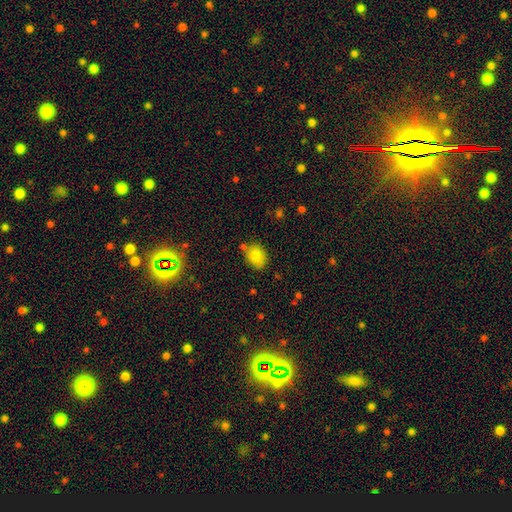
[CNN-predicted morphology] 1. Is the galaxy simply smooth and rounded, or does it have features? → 82% smooth, 10% star or artifact, 8% featured or disk.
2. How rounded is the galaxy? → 61% in between, 37% round, 1% cigar-shaped.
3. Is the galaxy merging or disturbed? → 72% none, 16% minor disturbance, 8% merger, 4% major disturbance.